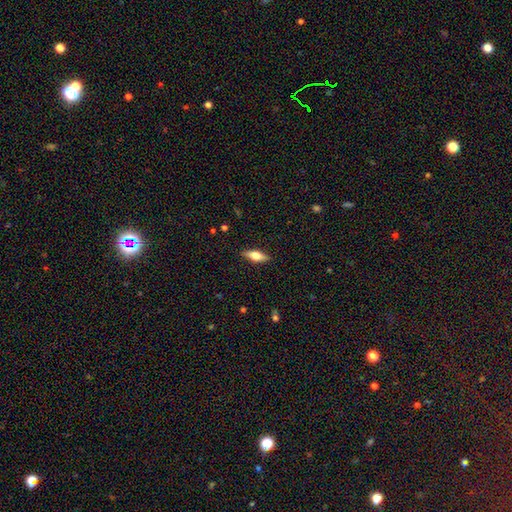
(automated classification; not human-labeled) Morphology: type=smooth (50%); roundness=in between (55%); merging=none (89%).